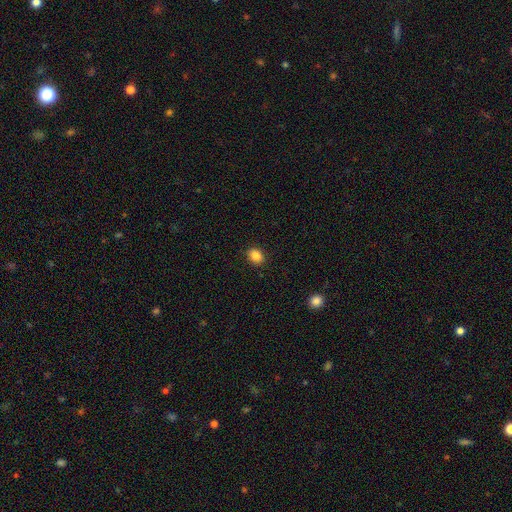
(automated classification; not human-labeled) Smooth or featured: smooth — 86% (star or artifact — 10%)
How rounded: in between — 51% (round — 48%)
Merging: none — 90% (minor disturbance — 7%)